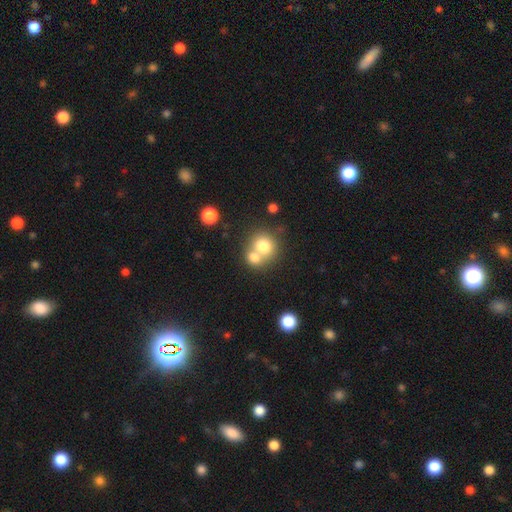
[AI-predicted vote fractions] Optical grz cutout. It shows a smooth galaxy with no disk features (73%) that is round (80%). Merging: merger (54%).